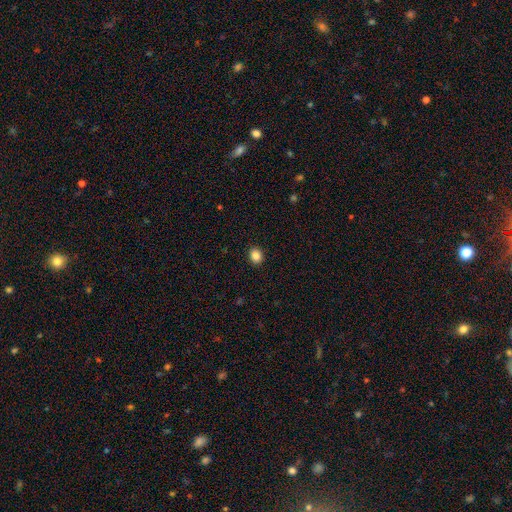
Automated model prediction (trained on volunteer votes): Overall: smooth (85%). How rounded: round (57%; in between 42%). Merging: none (91%).